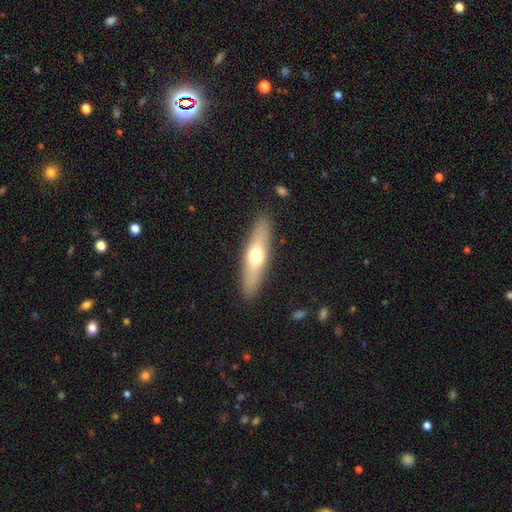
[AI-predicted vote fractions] smooth 54%, featured or disk 40%, star or artifact 6%. Down the decision tree: how rounded — cigar-shaped (70%); merging — none (89%).